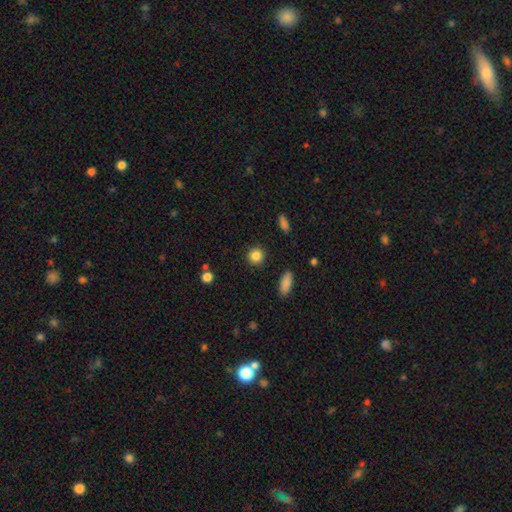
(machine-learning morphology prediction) Smooth or featured: smooth — 85% (star or artifact — 10%)
How rounded: round — 89% (in between — 10%)
Merging: none — 90% (minor disturbance — 6%)